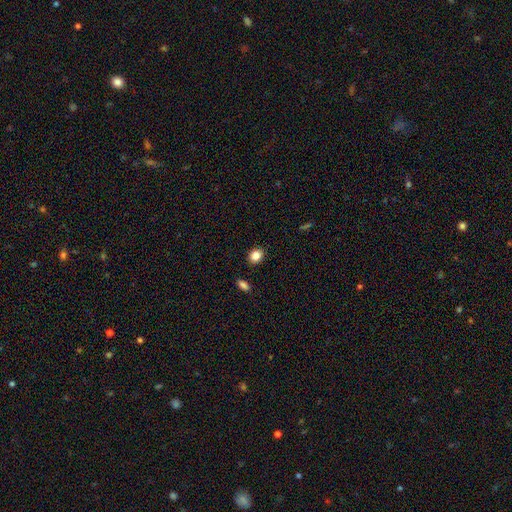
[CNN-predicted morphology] Smooth or featured?
  - smooth: 85% *
  - star or artifact: 10%
  - featured or disk: 5%
How rounded?
  - round: 52% *
  - in between: 47%
  - cigar-shaped: 1%
Merging?
  - none: 88% *
  - minor disturbance: 7%
  - merger: 2%
  - major disturbance: 2%